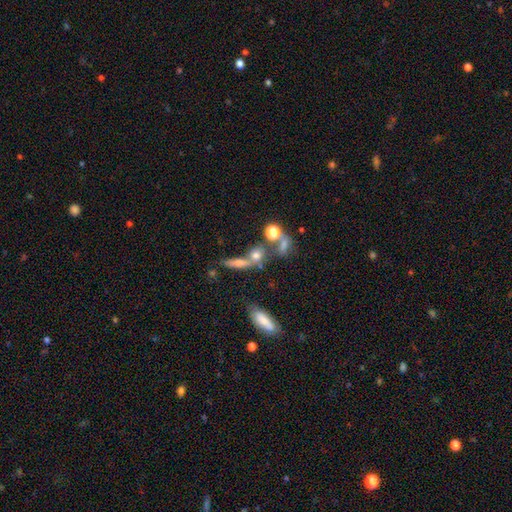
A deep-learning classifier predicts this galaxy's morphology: smooth-or-featured: smooth: 53% | featured or disk: 25% | star or artifact: 22%
  how-rounded: round: 45% | in between: 33% | cigar-shaped: 22%
  merging: merger: 40% | none: 37% | minor disturbance: 12% | major disturbance: 11%